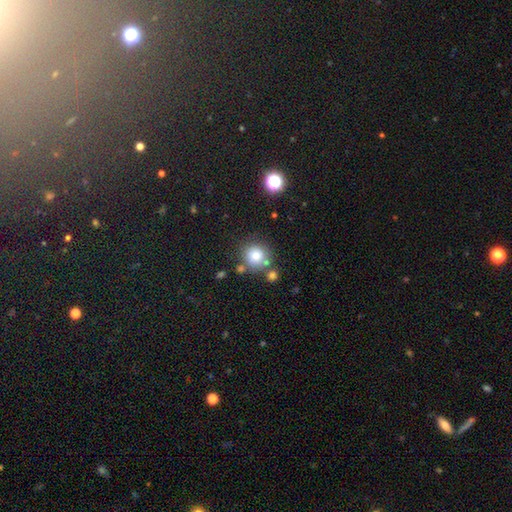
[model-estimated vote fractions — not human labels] This appears to be a smooth galaxy with no disk features (79%) that is round (91%). Merging: none (71%).